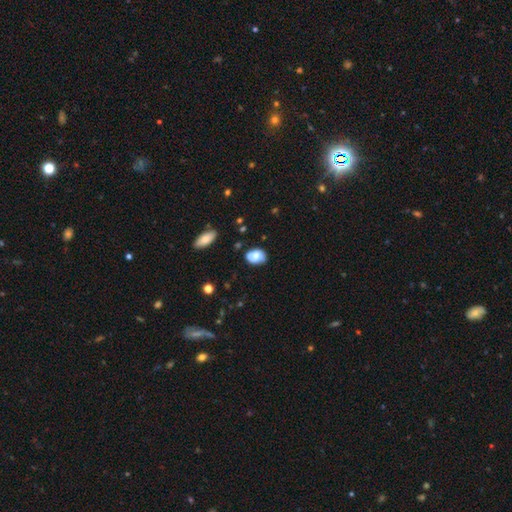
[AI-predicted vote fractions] Overall: smooth (68%). How rounded: in between (71%). Merging: none (74%).